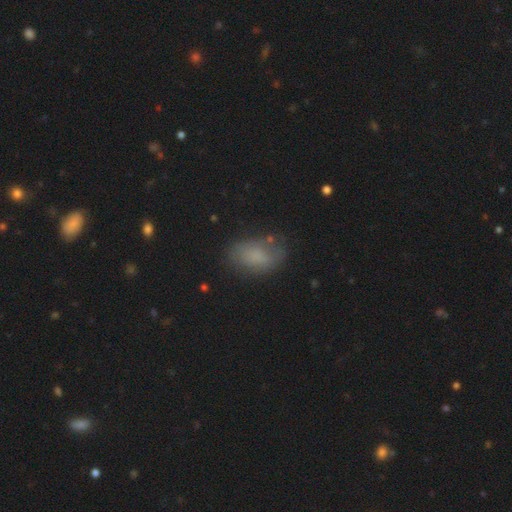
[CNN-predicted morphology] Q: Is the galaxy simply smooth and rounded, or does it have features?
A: smooth — 75%.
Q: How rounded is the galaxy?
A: in between — 89%.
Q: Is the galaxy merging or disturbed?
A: none — 69%.